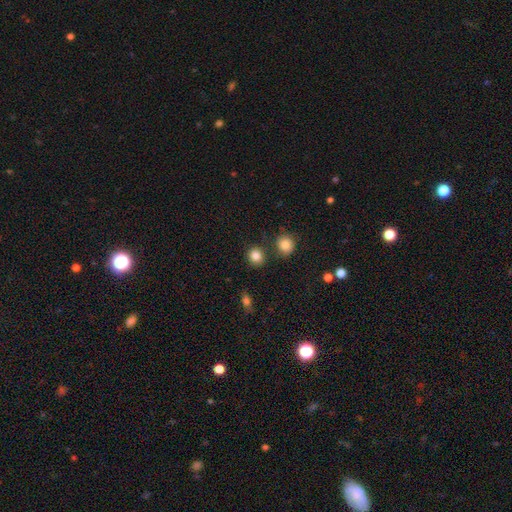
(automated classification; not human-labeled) A smooth galaxy with no disk features (85%) that is round (82%). Merging: none (80%).